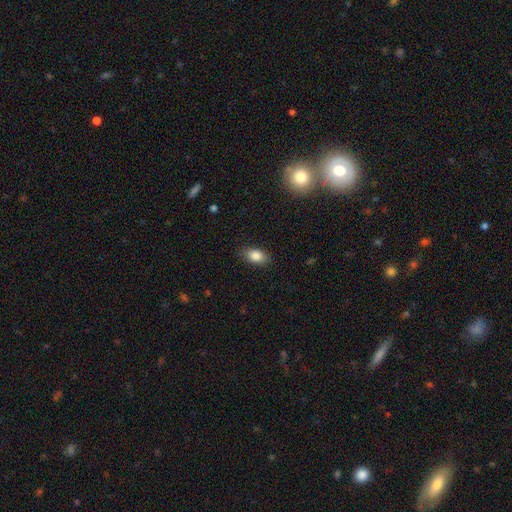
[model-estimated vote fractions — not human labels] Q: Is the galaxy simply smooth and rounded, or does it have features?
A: smooth — 86%.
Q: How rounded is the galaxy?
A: in between — 89%.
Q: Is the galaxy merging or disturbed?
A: none — 86%.